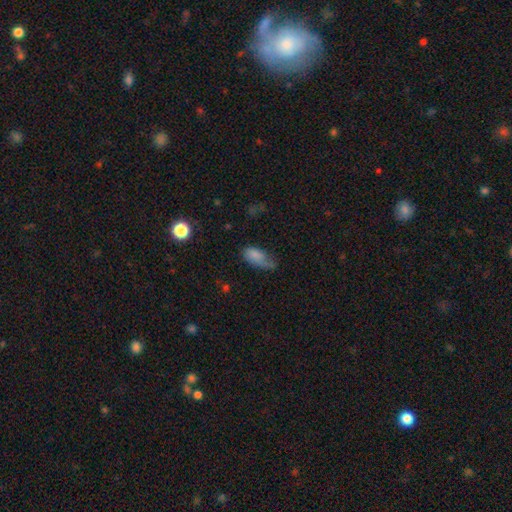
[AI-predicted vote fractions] smooth 78%, featured or disk 14%, star or artifact 9%. Down the decision tree: how rounded — in between (90%); merging — minor disturbance (38%).